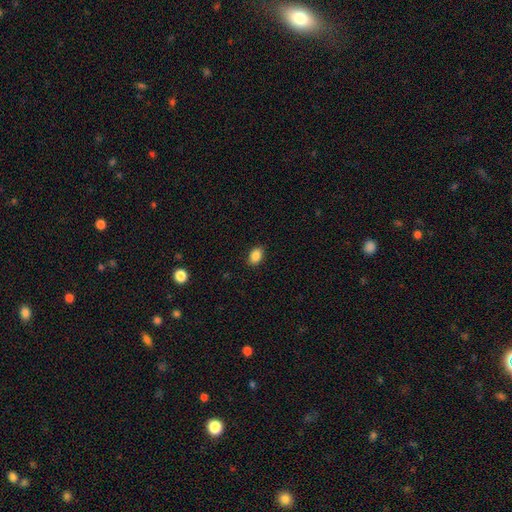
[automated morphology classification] Smooth or featured: smooth — 87% (star or artifact — 9%)
How rounded: in between — 79% (round — 20%)
Merging: none — 88% (minor disturbance — 9%)